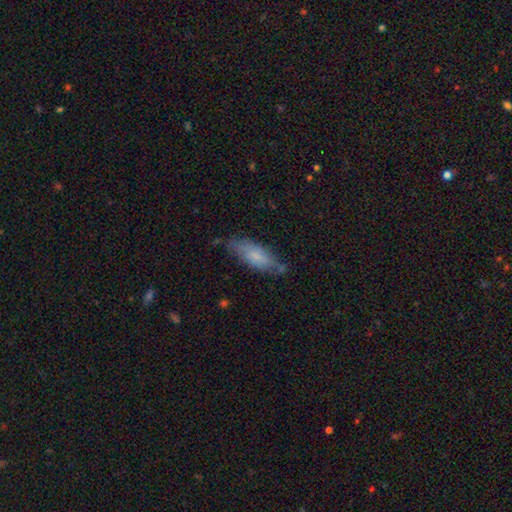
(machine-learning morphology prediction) This appears to be a smooth galaxy with no disk features (72%) that is in between round and cigar-shaped (63%). Merging: none (65%).